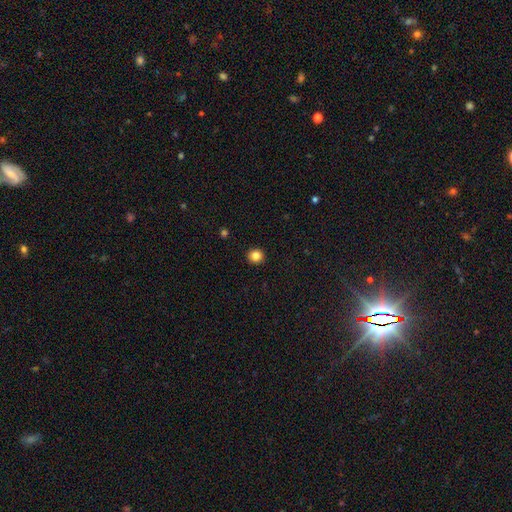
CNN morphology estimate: Smooth or featured? smooth (84%)
How rounded? round (93%)
Merging? none (93%)